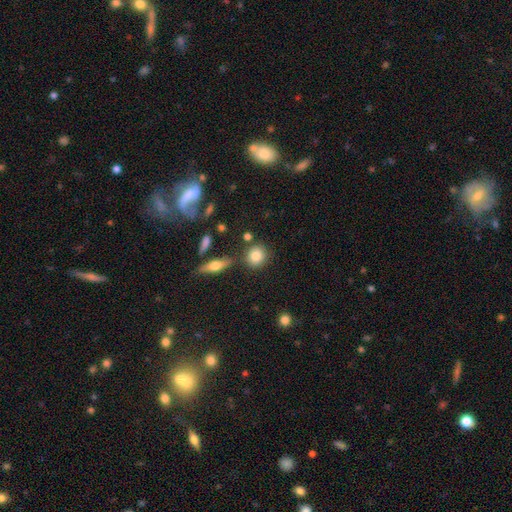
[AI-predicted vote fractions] This appears to be a smooth galaxy with no disk features (82%) that is round (81%). Merging: none (80%).